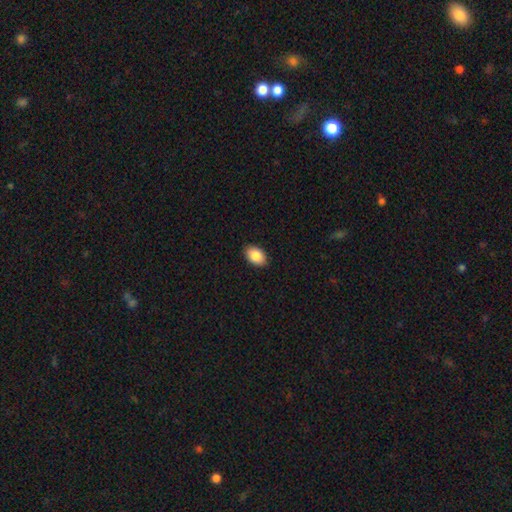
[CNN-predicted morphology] Overall: smooth (88%). How rounded: in between (88%). Merging: none (89%).